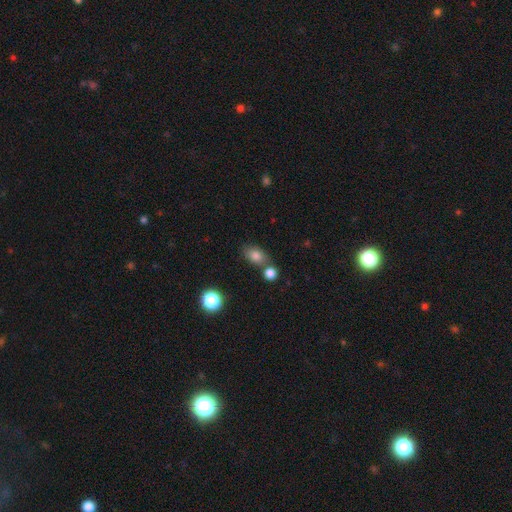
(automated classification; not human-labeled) A smooth galaxy with no disk features (81%) that is in between round and cigar-shaped (77%).

Vote fractions:
- Smooth or featured? smooth: 81% / star or artifact: 10% / featured or disk: 9%
- How rounded? in between: 77% / round: 21% / cigar-shaped: 2%
- Merging? none: 62% / merger: 22% / minor disturbance: 12% / major disturbance: 4%